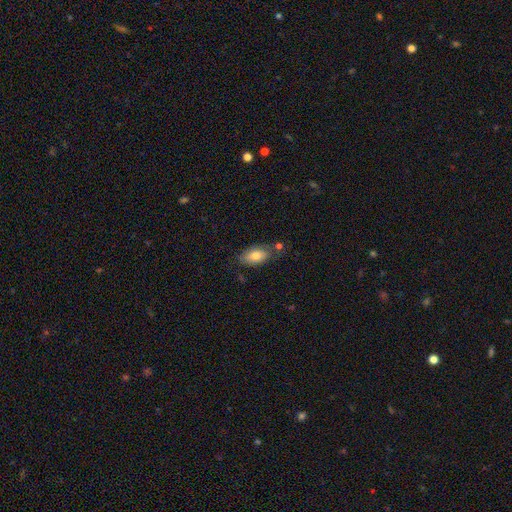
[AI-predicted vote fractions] smooth_or_featured: smooth (p=0.79) [alt: featured or disk p=0.14]
how_rounded: in between (p=0.90) [alt: cigar-shaped p=0.07]
merging: none (p=0.66) [alt: minor disturbance p=0.20]